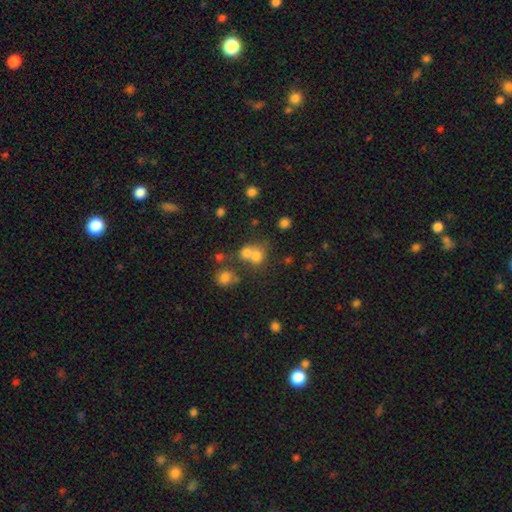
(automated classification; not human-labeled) Morphology: type=smooth (70%); roundness=round (72%); merging=merger (52%).